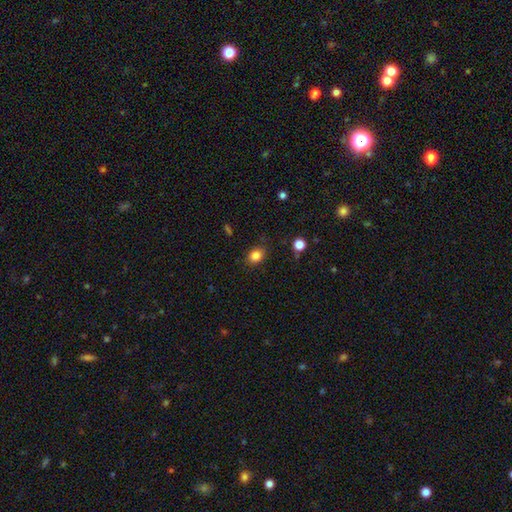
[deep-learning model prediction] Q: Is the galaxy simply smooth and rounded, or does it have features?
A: smooth — 84%.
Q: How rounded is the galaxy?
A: in between — 53%.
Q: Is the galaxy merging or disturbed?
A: none — 81%.